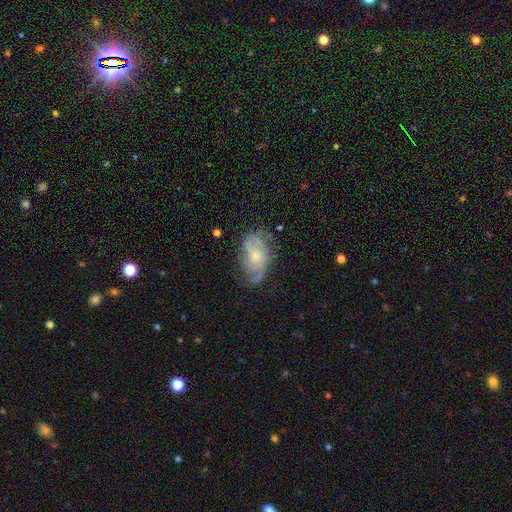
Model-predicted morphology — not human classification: A featured or disk galaxy (70%) with no bar (71%), 2 (51%) medium (42%) spiral arms (84%) and a small central bulge (47%). Merging: none (58%).